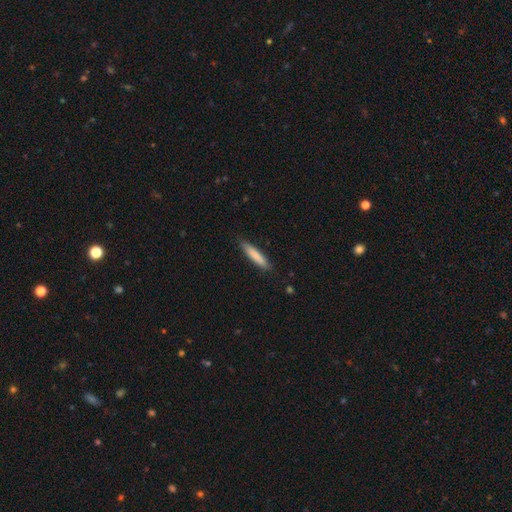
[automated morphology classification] This appears to be a smooth galaxy with no disk features (82%) that is cigar-shaped (87%). Merging: none (86%).